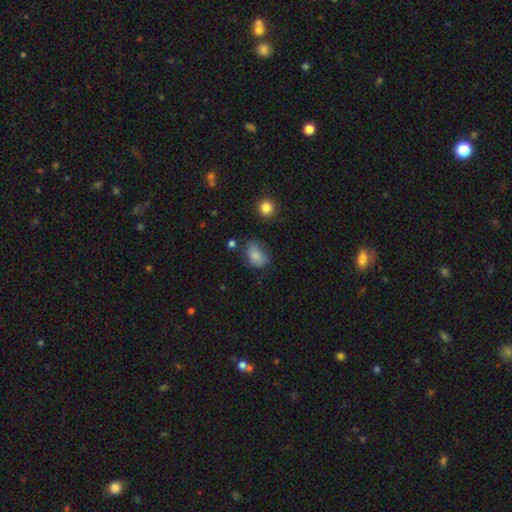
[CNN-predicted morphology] smooth-or-featured: smooth: 80% | star or artifact: 10% | featured or disk: 10%
  how-rounded: in between: 75% | round: 23% | cigar-shaped: 1%
  merging: none: 49% | minor disturbance: 34% | major disturbance: 13% | merger: 4%